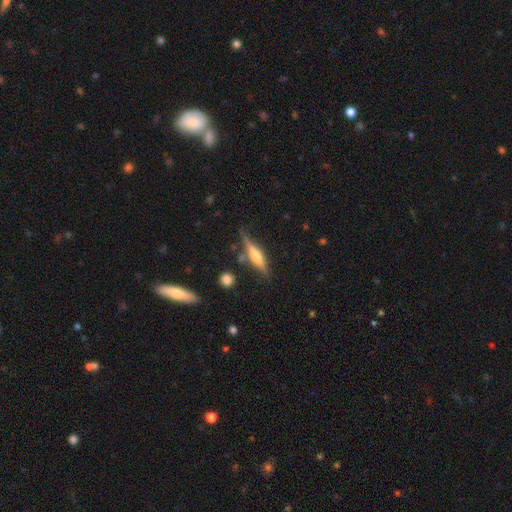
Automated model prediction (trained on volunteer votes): smooth-or-featured: featured or disk: 64% | smooth: 29% | star or artifact: 7%
  disk-edge-on: yes: 96% | no: 4%
    edge-on-bulge: rounded: 71% | boxy: 18% | none: 11%
  merging: none: 80% | minor disturbance: 13% | merger: 4% | major disturbance: 3%